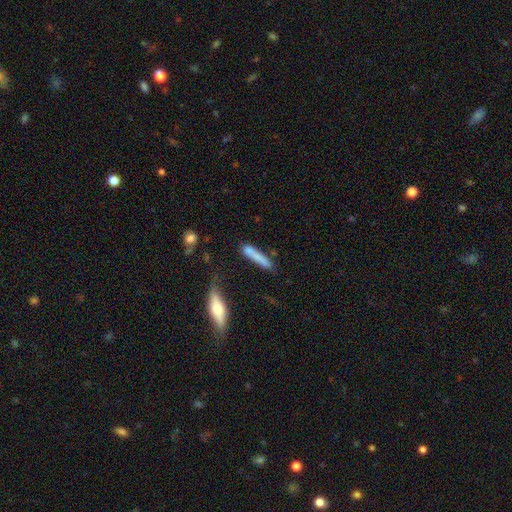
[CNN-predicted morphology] The model was most divided on "merging": none: 67%, minor disturbance: 19%, merger: 10%, major disturbance: 5%. More confident: how rounded — cigar-shaped (89%); smooth or featured — smooth (75%).